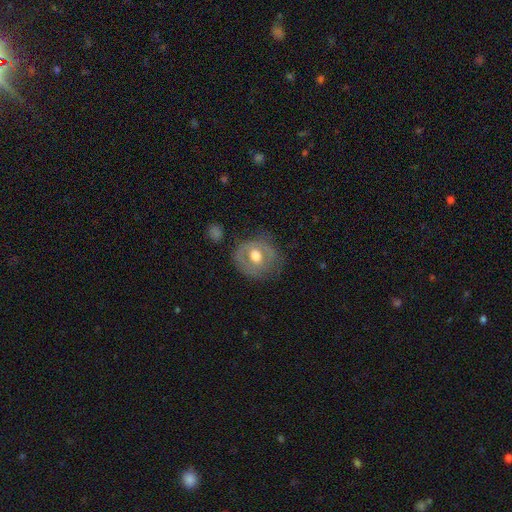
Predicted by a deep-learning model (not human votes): Smooth or featured? Predicted: featured or disk (p=0.54). Edge-on disk? Predicted: no (p=0.95). Bar? Predicted: no (p=0.67). Spiral arms? Predicted: no (p=0.68). Bulge size? Predicted: moderate (p=0.70). Merging? Predicted: none (p=0.64).